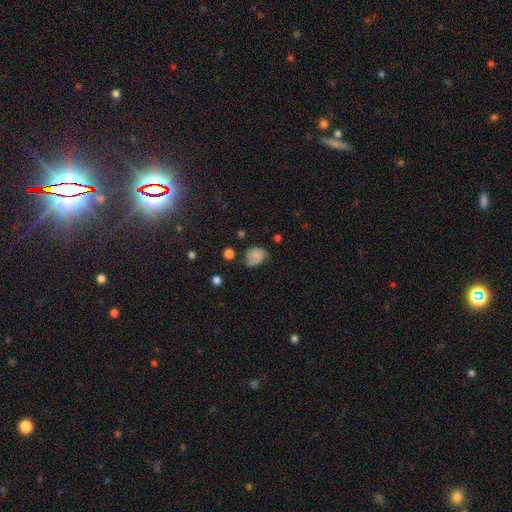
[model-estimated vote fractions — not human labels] This is likely a smooth galaxy (65%). How rounded: possibly in between (56%). Merging: possibly none (48%).